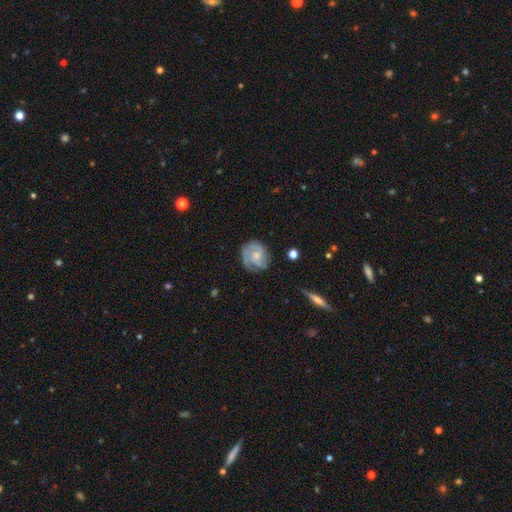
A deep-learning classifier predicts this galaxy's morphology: Smooth or featured: featured or disk — 76% (smooth — 19%)
Edge-on disk: no — 98% (yes — 2%)
Bar: no — 72% (weak — 25%)
Spiral arms: yes — 93% (no — 7%)
Spiral winding: tight — 53% (medium — 37%)
Spiral arm count: 3 — 39% (2 — 26%)
Bulge size: small — 50% (moderate — 38%)
Merging: none — 69% (minor disturbance — 20%)